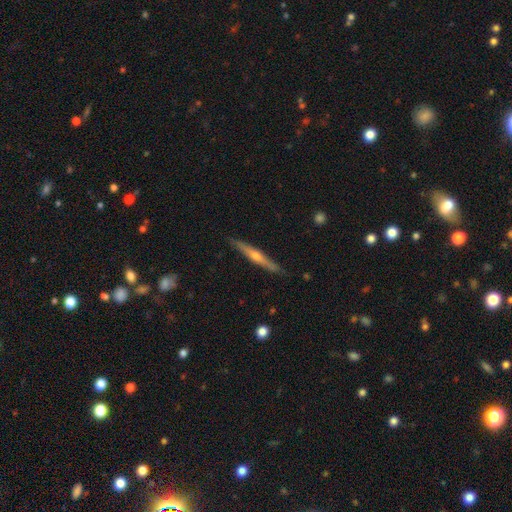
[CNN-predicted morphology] Smooth or featured? Predicted: featured or disk (p=0.70). Edge-on disk? Predicted: yes (p=0.97). Edge-on bulge? Predicted: rounded (p=0.85). Merging? Predicted: none (p=0.88).